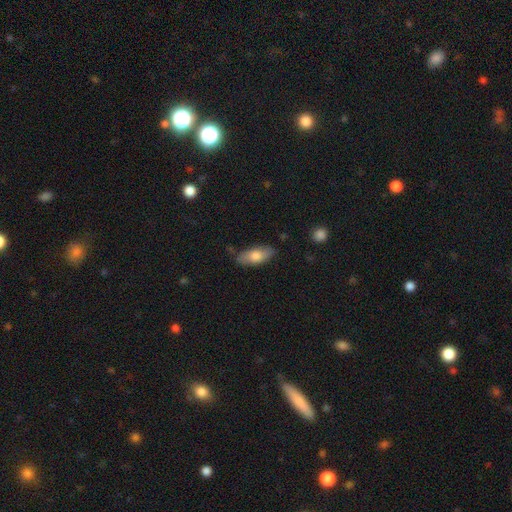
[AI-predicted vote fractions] Smooth or featured? smooth (73%)
How rounded? in between (83%)
Merging? none (80%)